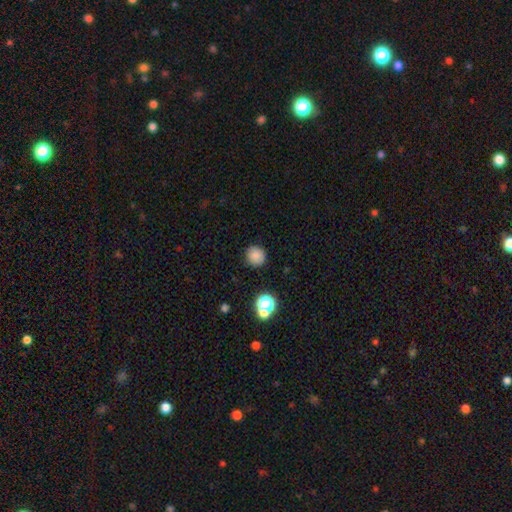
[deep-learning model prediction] A smooth galaxy with no disk features (82%) that is round (92%). Merging: none (88%).